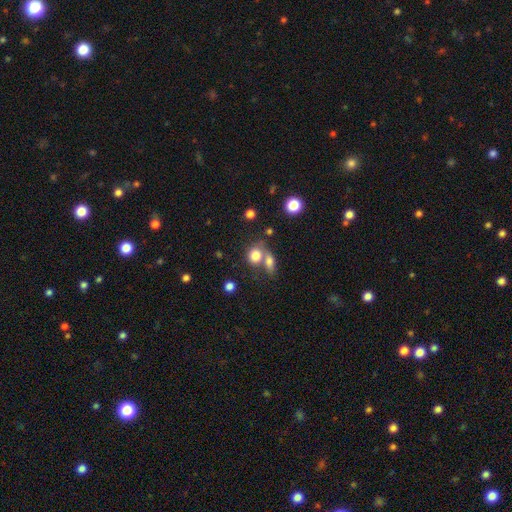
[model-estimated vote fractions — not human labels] Q: Smooth or featured?
A: smooth (80%); runner-up: featured or disk (10%)
Q: How rounded?
A: round (57%); runner-up: in between (41%)
Q: Merging?
A: merger (47%); runner-up: none (39%)